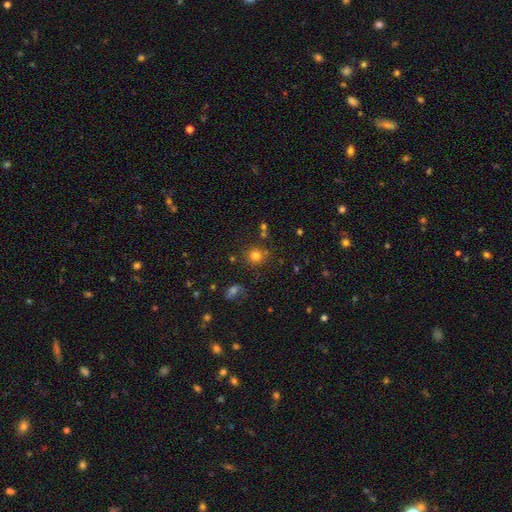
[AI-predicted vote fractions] The model was most divided on "smooth or featured": smooth: 77%, star or artifact: 16%, featured or disk: 7%. More confident: how rounded — round (89%); merging — none (77%).